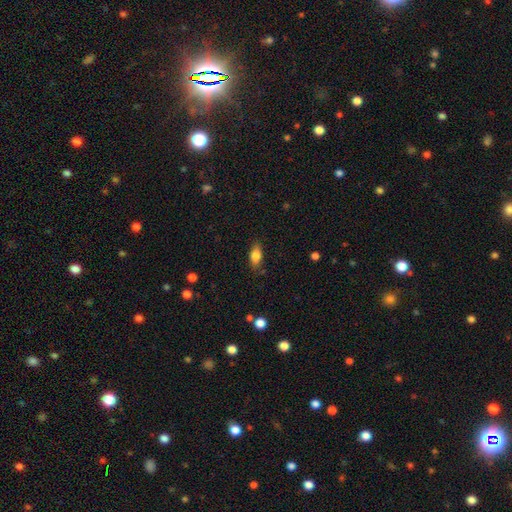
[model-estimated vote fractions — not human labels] smooth_or_featured: smooth (p=0.81) [alt: featured or disk p=0.11]
how_rounded: in between (p=0.85) [alt: cigar-shaped p=0.09]
merging: none (p=0.81) [alt: minor disturbance p=0.15]